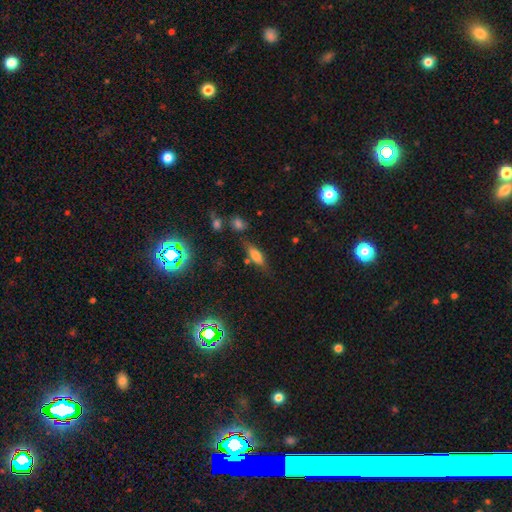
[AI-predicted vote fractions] A smooth galaxy with no disk features (66%) that is in between round and cigar-shaped (62%).

Vote fractions:
- Smooth or featured? smooth: 66% / featured or disk: 23% / star or artifact: 12%
- How rounded? in between: 62% / cigar-shaped: 35% / round: 3%
- Merging? none: 70% / minor disturbance: 18% / merger: 7% / major disturbance: 5%